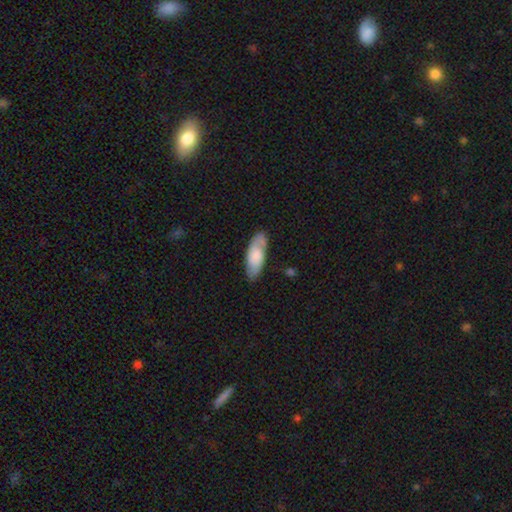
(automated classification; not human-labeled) Smooth or featured: smooth — 69% (featured or disk — 25%)
How rounded: in between — 74% (cigar-shaped — 24%)
Merging: none — 72% (minor disturbance — 20%)